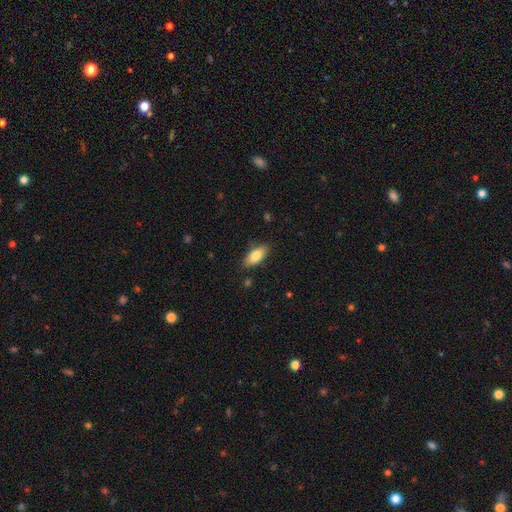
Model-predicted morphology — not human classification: smooth 80%, featured or disk 14%, star or artifact 6%. Down the decision tree: how rounded — in between (83%); merging — none (84%).